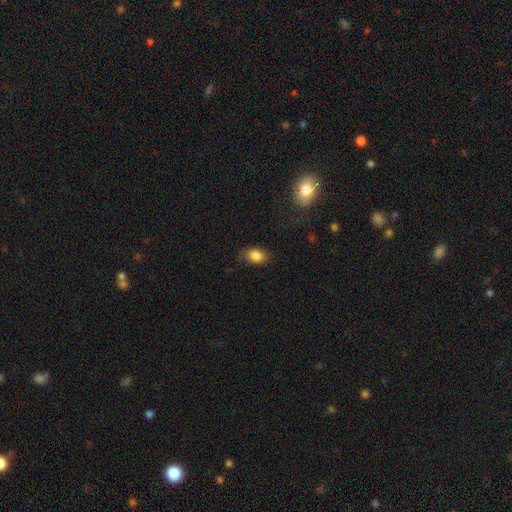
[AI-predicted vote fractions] This appears to be a smooth galaxy with no disk features (85%) that is in between round and cigar-shaped (83%). Merging: none (79%).